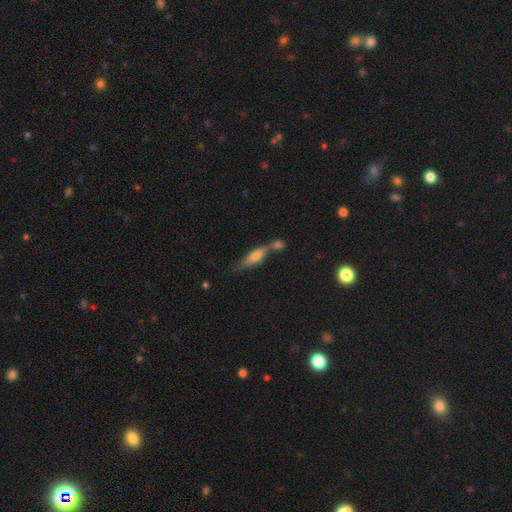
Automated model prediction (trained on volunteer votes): This is possibly a smooth galaxy (48%). Merging: marginally none (41%).